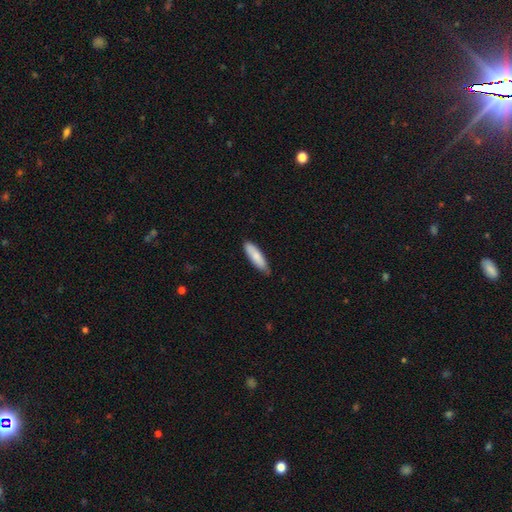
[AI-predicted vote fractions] This is clearly a smooth galaxy (81%). How rounded: possibly cigar-shaped (59%). Merging: likely none (77%).